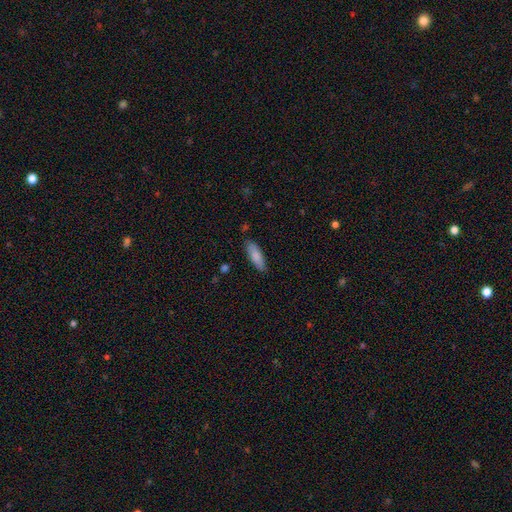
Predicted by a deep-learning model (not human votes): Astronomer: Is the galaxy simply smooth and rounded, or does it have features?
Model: smooth — 84%.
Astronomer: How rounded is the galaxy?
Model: in between — 50% (runner-up: cigar-shaped, 49%).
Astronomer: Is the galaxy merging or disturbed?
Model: none — 83%.